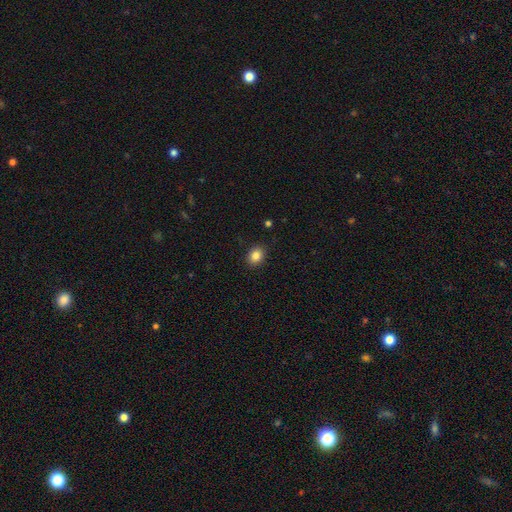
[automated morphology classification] smooth_or_featured: smooth (p=0.85) [alt: star or artifact p=0.10]
how_rounded: in between (p=0.51) [alt: round p=0.48]
merging: none (p=0.89) [alt: minor disturbance p=0.08]